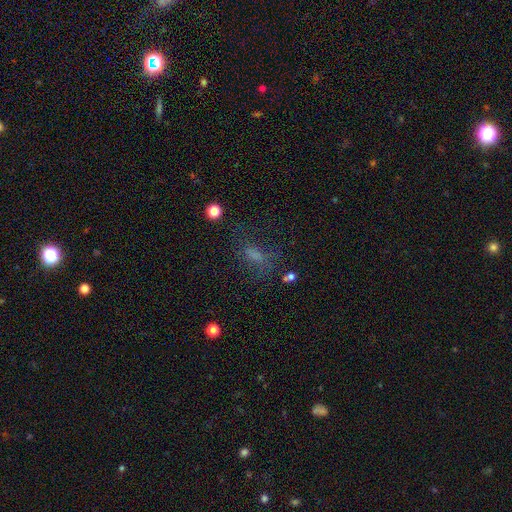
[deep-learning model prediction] This appears to be a smooth galaxy with no disk features (50%). Merging: none (52%).